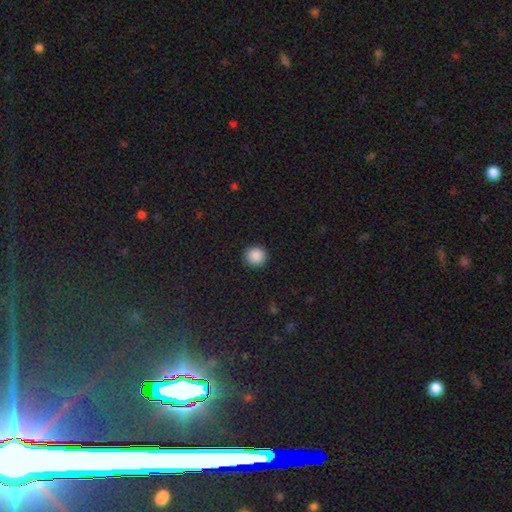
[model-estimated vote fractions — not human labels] This is clearly a smooth galaxy (89%). How rounded: clearly round (95%). Merging: clearly none (92%).